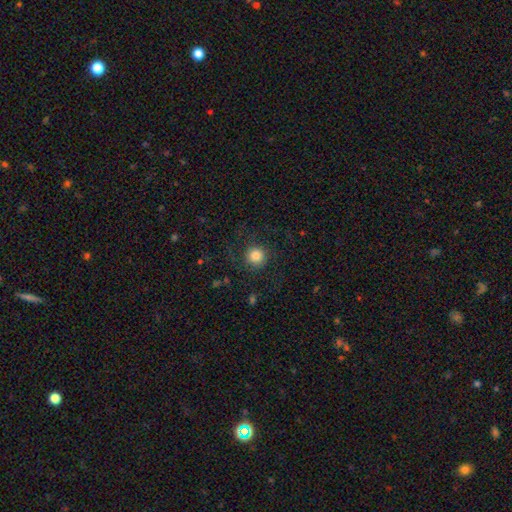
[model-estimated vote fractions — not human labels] A smooth galaxy with no disk features (80%) that is round (94%). Merging: none (81%).